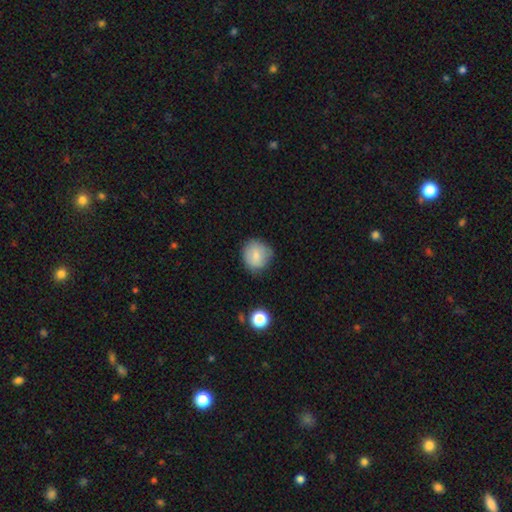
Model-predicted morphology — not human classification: Smooth or featured?
  - smooth: 80% *
  - featured or disk: 12%
  - star or artifact: 9%
How rounded?
  - round: 87% *
  - in between: 12%
  - cigar-shaped: 1%
Merging?
  - none: 77% *
  - minor disturbance: 18%
  - major disturbance: 4%
  - merger: 2%